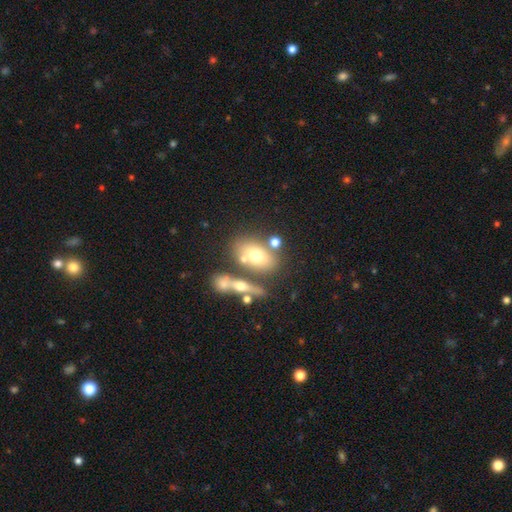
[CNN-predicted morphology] This appears to be a smooth galaxy with no disk features (59%) that is in between round and cigar-shaped (74%). Merging: none (57%).